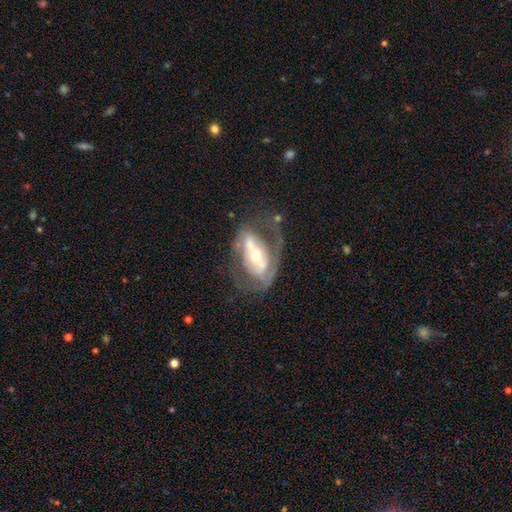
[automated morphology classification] Smooth or featured?
  - featured or disk: 76% *
  - smooth: 18%
  - star or artifact: 6%
Edge-on disk?
  - no: 92% *
  - yes: 8%
Bar?
  - no: 38% *
  - strong: 35%
  - weak: 27%
Spiral arms?
  - yes: 63% *
  - no: 37%
Bulge size?
  - moderate: 54% *
  - small: 37%
  - large: 6%
  - none: 1%
  - dominant: 1%
Merging?
  - none: 40% *
  - major disturbance: 30%
  - minor disturbance: 20%
  - merger: 11%